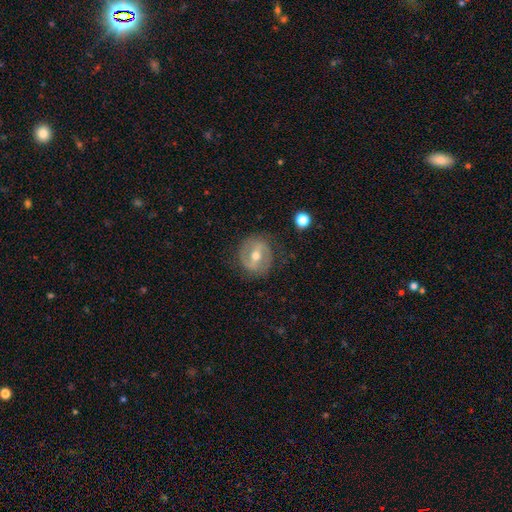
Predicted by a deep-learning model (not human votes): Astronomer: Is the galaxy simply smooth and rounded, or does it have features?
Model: featured or disk — 74%.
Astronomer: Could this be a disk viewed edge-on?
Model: no — 95%.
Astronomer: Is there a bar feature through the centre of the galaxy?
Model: strong — 56% (runner-up: weak, 32%).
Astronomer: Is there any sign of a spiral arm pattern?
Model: yes — 62% (runner-up: no, 38%).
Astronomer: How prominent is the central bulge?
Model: moderate — 70%.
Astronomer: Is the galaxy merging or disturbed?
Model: none — 81%.